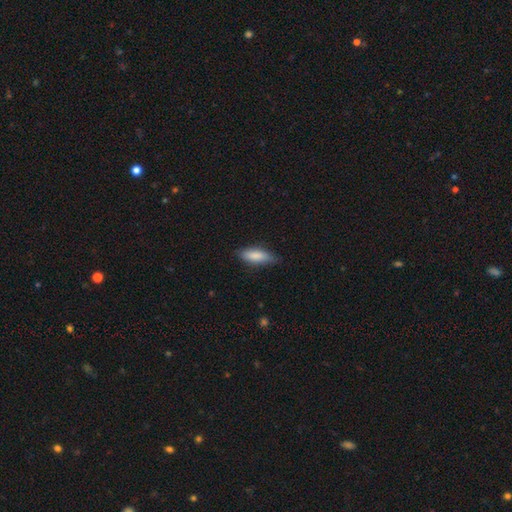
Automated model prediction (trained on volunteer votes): Smooth or featured? Predicted: smooth (p=0.84). How rounded? Predicted: in between (p=0.61). Merging? Predicted: none (p=0.75).